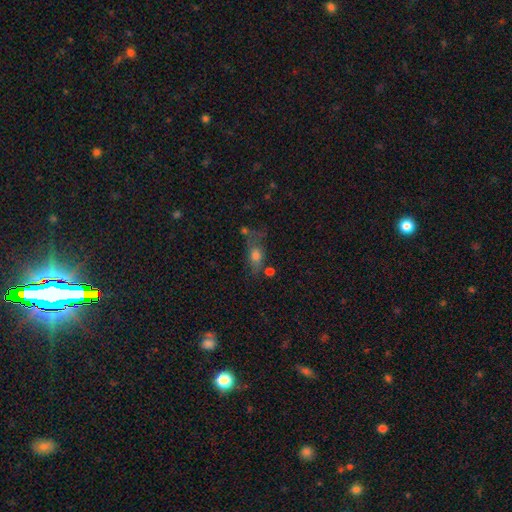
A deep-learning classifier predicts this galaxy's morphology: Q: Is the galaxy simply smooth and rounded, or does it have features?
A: smooth — 65%.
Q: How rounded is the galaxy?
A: in between — 70%.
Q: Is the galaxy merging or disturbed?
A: none — 46%.